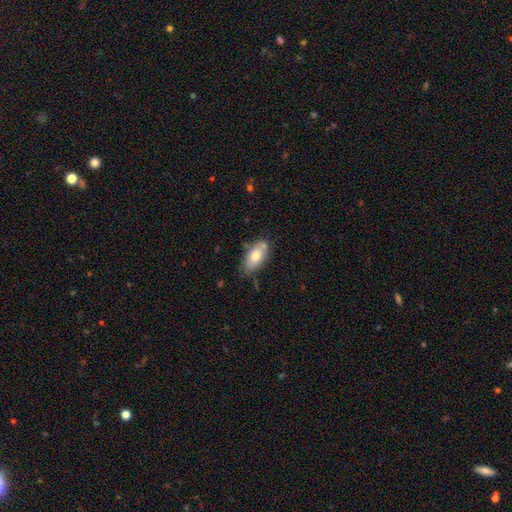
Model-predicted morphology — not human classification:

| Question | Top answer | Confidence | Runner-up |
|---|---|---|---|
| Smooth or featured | smooth | 73% | featured or disk (20%) |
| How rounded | in between | 91% | cigar-shaped (6%) |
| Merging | none | 69% | minor disturbance (19%) |